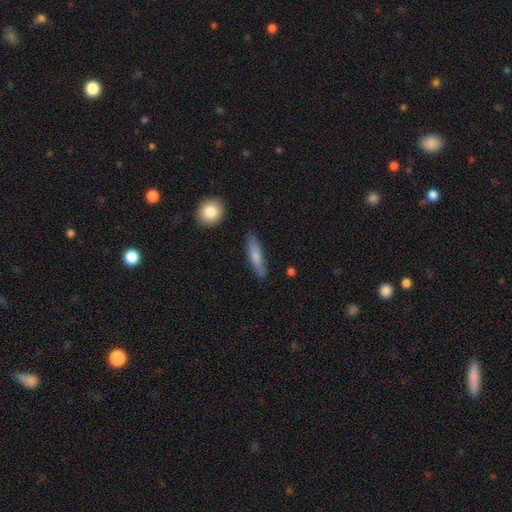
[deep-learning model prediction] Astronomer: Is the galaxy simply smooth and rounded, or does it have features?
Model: smooth — 74%.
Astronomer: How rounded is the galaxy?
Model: cigar-shaped — 76%.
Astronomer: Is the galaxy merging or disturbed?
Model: none — 78%.